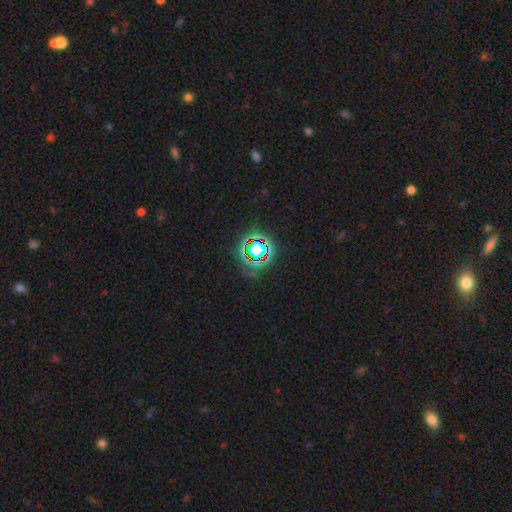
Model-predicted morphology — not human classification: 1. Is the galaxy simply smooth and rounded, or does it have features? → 77% star or artifact, 15% smooth, 8% featured or disk.